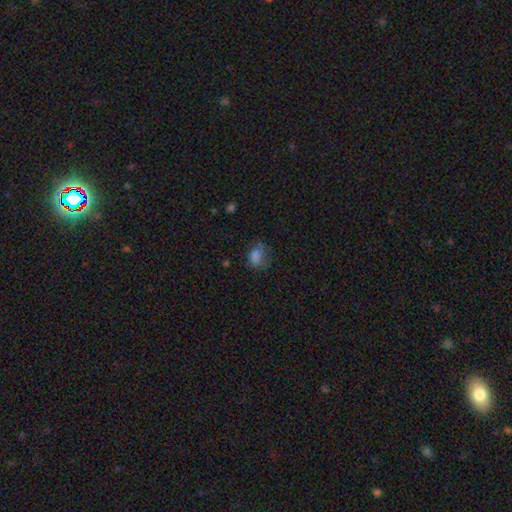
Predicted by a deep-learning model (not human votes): The model was most divided on "how rounded": in between: 60%, round: 39%, cigar-shaped: 2%. Remaining: smooth or featured — smooth (73%); merging — none (49%).